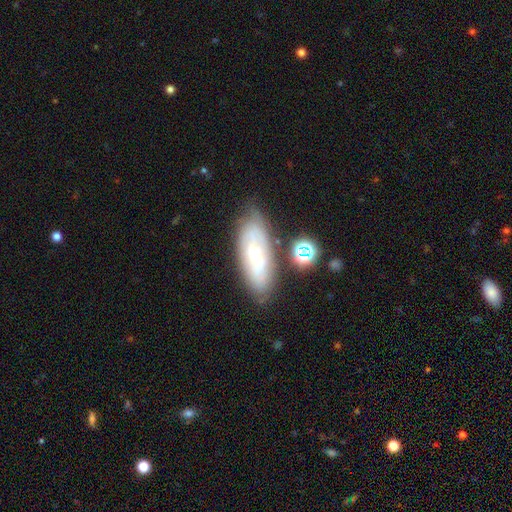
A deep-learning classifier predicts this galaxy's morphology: Q: Smooth or featured?
A: featured or disk (55%); runner-up: smooth (36%)
Q: Edge-on disk?
A: no (80%); runner-up: yes (20%)
Q: Merging?
A: none (72%); runner-up: minor disturbance (18%)